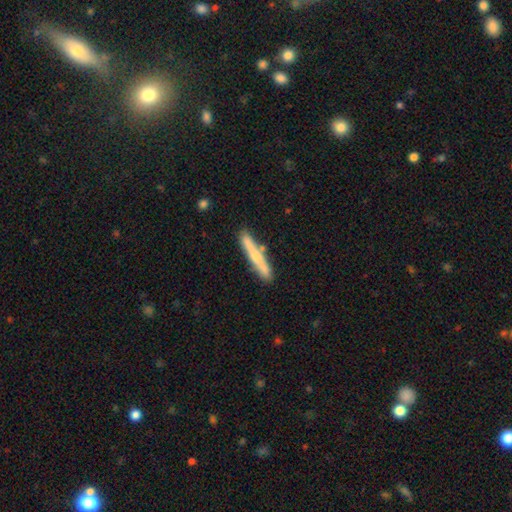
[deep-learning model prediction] A smooth galaxy with no disk features (54%) that is cigar-shaped (94%). Merging: none (80%).